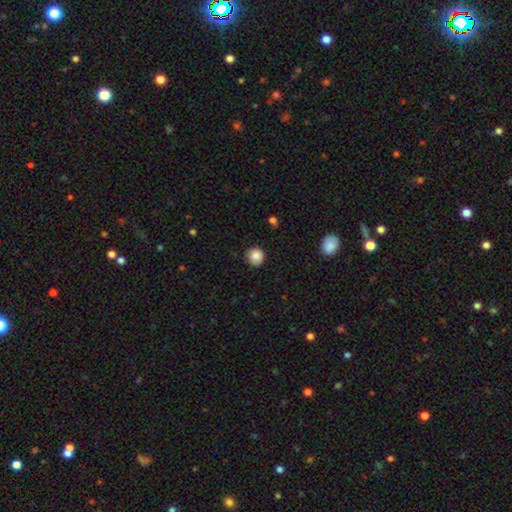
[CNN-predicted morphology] smooth 85%, star or artifact 9%, featured or disk 5%. Down the decision tree: how rounded — round (92%); merging — none (87%).